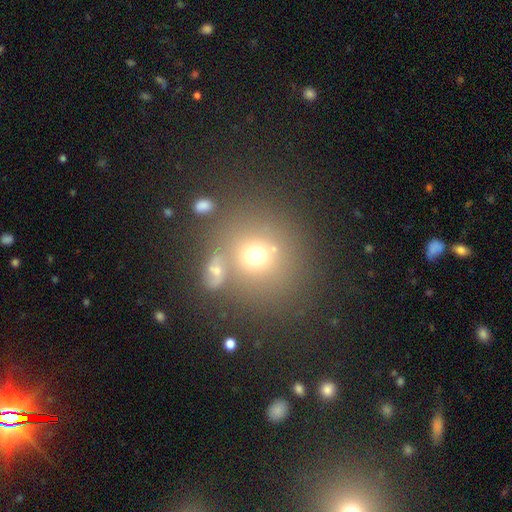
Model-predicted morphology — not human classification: Smooth or featured?
  - smooth: 67% *
  - star or artifact: 18%
  - featured or disk: 15%
How rounded?
  - round: 83% *
  - in between: 16%
  - cigar-shaped: 1%
Merging?
  - none: 62% *
  - merger: 19%
  - minor disturbance: 12%
  - major disturbance: 8%